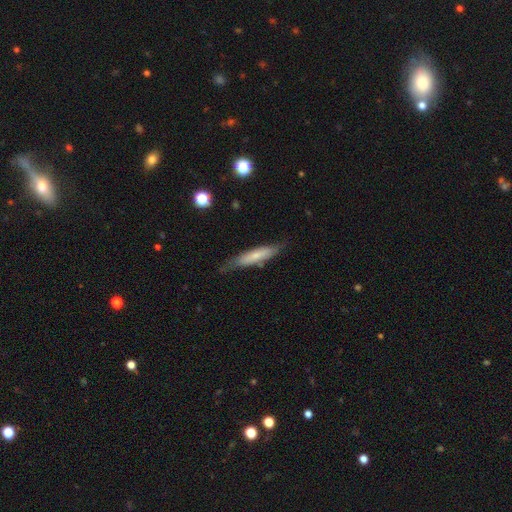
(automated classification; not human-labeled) Smooth or featured: smooth — 60% (featured or disk — 34%)
How rounded: cigar-shaped — 81% (in between — 17%)
Merging: none — 70% (minor disturbance — 22%)